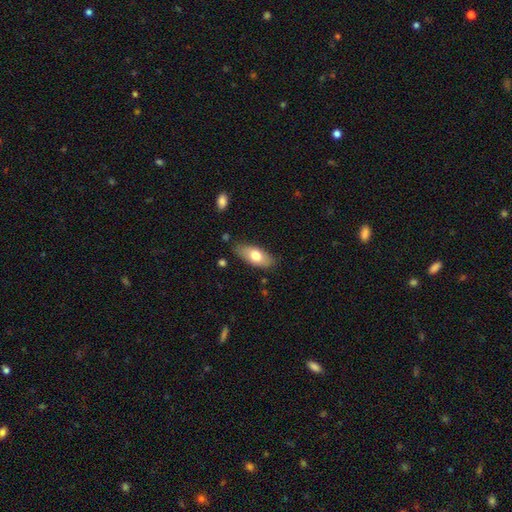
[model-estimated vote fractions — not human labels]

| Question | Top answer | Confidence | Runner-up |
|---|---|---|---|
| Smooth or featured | smooth | 70% | featured or disk (24%) |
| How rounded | in between | 87% | cigar-shaped (10%) |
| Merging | none | 78% | minor disturbance (17%) |